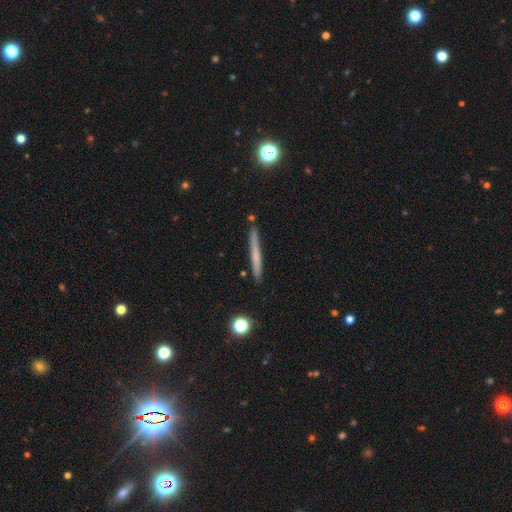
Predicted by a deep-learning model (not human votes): Q: Smooth or featured?
A: smooth (52%); runner-up: featured or disk (41%)
Q: How rounded?
A: cigar-shaped (96%); runner-up: in between (2%)
Q: Merging?
A: none (88%); runner-up: minor disturbance (8%)